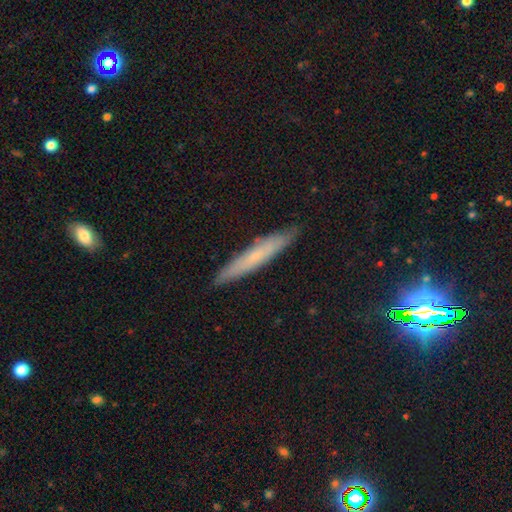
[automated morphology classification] A smooth galaxy with no disk features (53%) that is cigar-shaped (93%).

Vote fractions:
- Smooth or featured? smooth: 53% / featured or disk: 40% / star or artifact: 7%
- How rounded? cigar-shaped: 93% / in between: 5% / round: 1%
- Merging? none: 88% / minor disturbance: 9% / major disturbance: 2% / merger: 1%